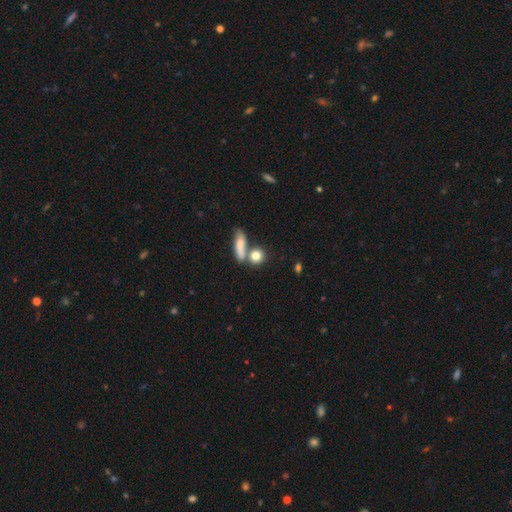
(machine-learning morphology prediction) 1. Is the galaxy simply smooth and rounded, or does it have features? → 81% smooth, 10% featured or disk, 9% star or artifact.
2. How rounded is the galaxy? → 63% round, 25% in between, 12% cigar-shaped.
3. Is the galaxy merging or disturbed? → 56% none, 29% merger, 10% minor disturbance, 5% major disturbance.